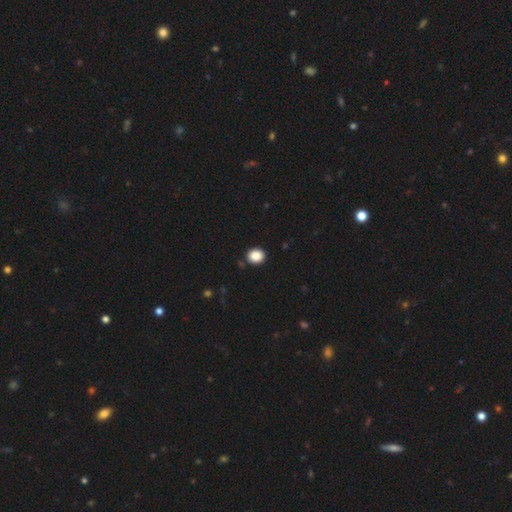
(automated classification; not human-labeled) Smooth or featured? Predicted: smooth (p=0.88). How rounded? Predicted: round (p=0.66). Merging? Predicted: none (p=0.90).